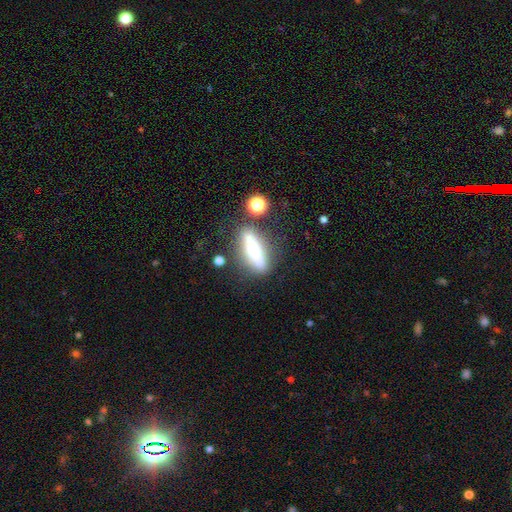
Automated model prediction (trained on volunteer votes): Smooth or featured? Predicted: smooth (p=0.55). How rounded? Predicted: cigar-shaped (p=0.59). Merging? Predicted: none (p=0.69).